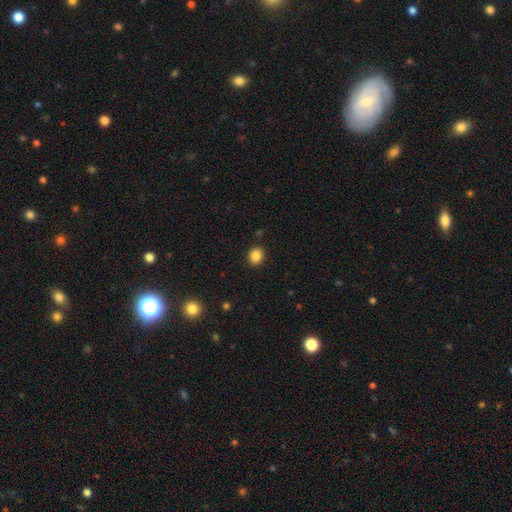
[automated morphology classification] Smooth or featured? Predicted: smooth (p=0.86). How rounded? Predicted: round (p=0.65). Merging? Predicted: none (p=0.90).